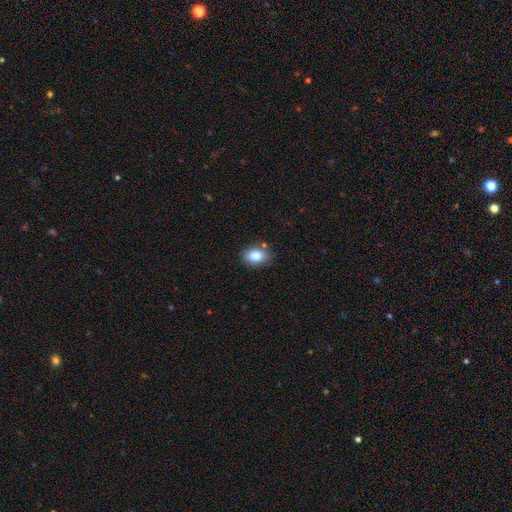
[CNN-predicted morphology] Q: Smooth or featured?
A: smooth (86%); runner-up: star or artifact (8%)
Q: How rounded?
A: in between (78%); runner-up: round (20%)
Q: Merging?
A: none (78%); runner-up: minor disturbance (15%)